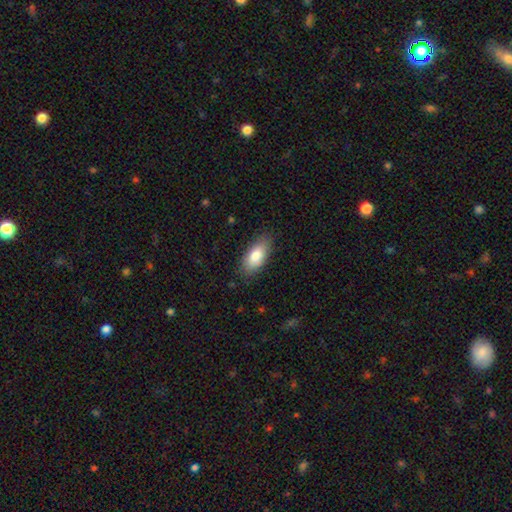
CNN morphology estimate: The model was most divided on "smooth or featured": smooth: 80%, featured or disk: 13%, star or artifact: 6%. More confident: how rounded — in between (87%); merging — none (83%).